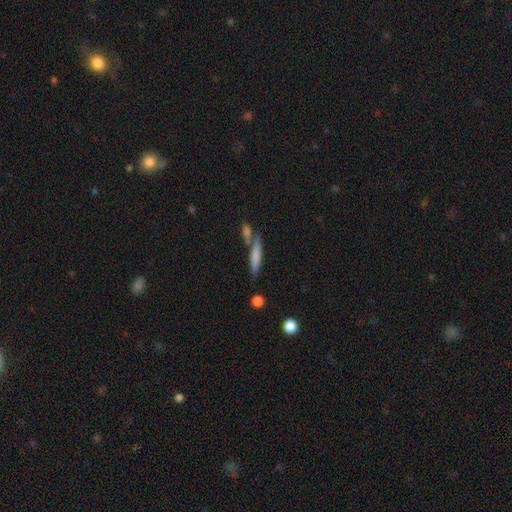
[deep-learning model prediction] This appears to be a smooth galaxy with no disk features (69%) that is cigar-shaped (86%). Merging: none (61%).